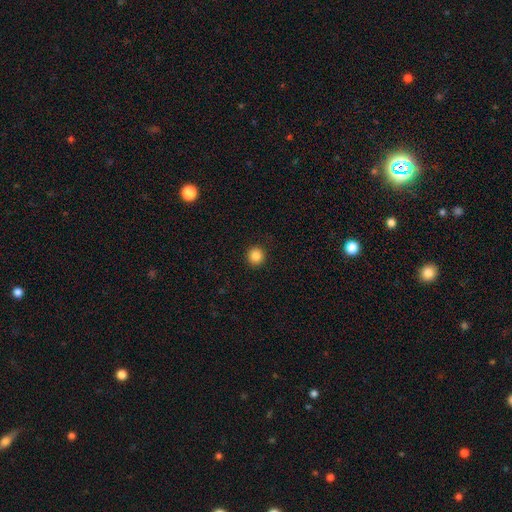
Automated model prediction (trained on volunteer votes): smooth-or-featured: smooth: 86% | star or artifact: 11% | featured or disk: 3%
  how-rounded: round: 94% | in between: 5% | cigar-shaped: 1%
  merging: none: 92% | minor disturbance: 5% | major disturbance: 2% | merger: 1%